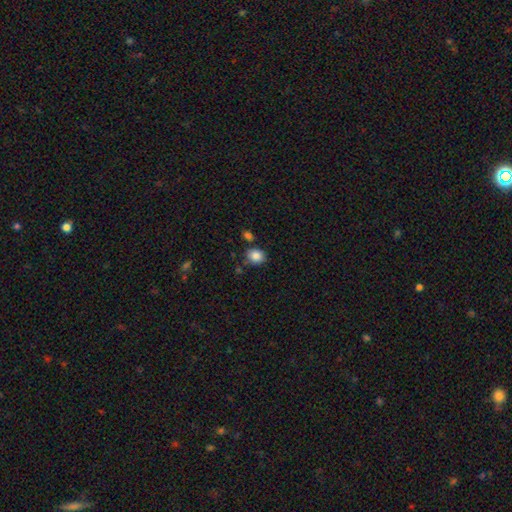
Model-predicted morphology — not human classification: smooth_or_featured: smooth (p=0.86) [alt: star or artifact p=0.09]
how_rounded: round (p=0.70) [alt: in between p=0.29]
merging: none (p=0.77) [alt: minor disturbance p=0.12]